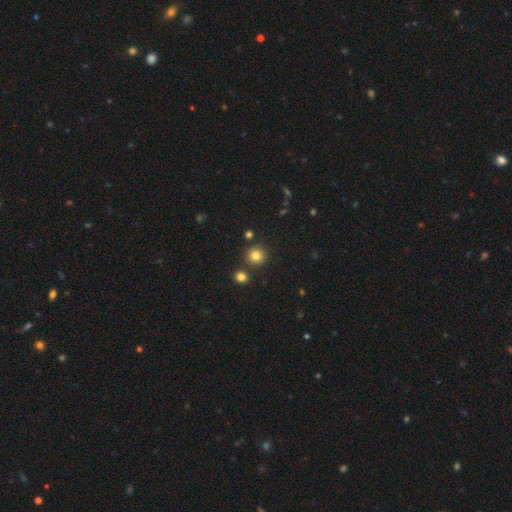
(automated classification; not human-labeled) The model was most divided on "smooth or featured": smooth: 82%, star or artifact: 13%, featured or disk: 6%. More confident: how rounded — round (93%); merging — none (85%).